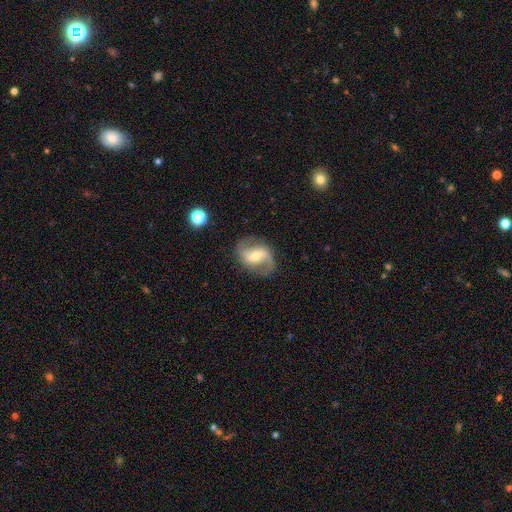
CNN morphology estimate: Smooth or featured?
  - featured or disk: 83% *
  - smooth: 11%
  - star or artifact: 6%
Edge-on disk?
  - no: 97% *
  - yes: 3%
Bar?
  - weak: 45% *
  - strong: 31%
  - no: 24%
Spiral arms?
  - yes: 95% *
  - no: 5%
Spiral winding?
  - loose: 47% *
  - medium: 42%
  - tight: 11%
Spiral arm count?
  - 2: 91% *
  - 1: 3%
  - can't tell: 3%
  - 3: 1%
  - 4: 1%
  - more than 4: 1%
Bulge size?
  - moderate: 52% *
  - small: 40%
  - large: 4%
  - none: 2%
  - dominant: 1%
Merging?
  - none: 80% *
  - minor disturbance: 13%
  - major disturbance: 6%
  - merger: 1%